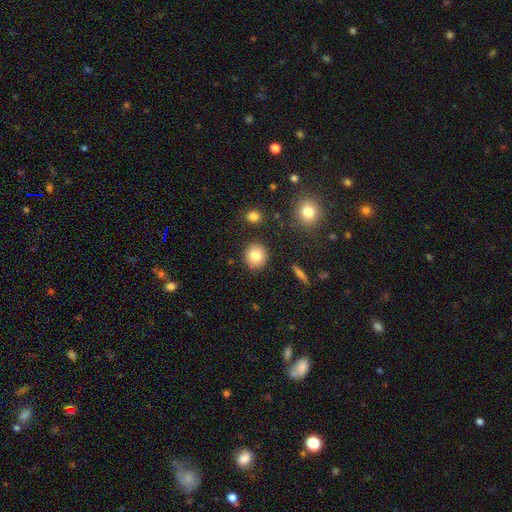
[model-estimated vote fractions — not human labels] Smooth or featured? Predicted: smooth (p=0.81). How rounded? Predicted: round (p=0.88). Merging? Predicted: none (p=0.88).